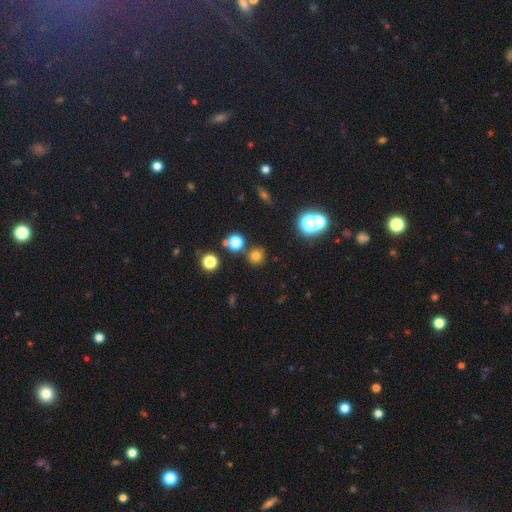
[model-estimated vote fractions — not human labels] Morphology: type=smooth (73%); roundness=round (91%); merging=none (82%).